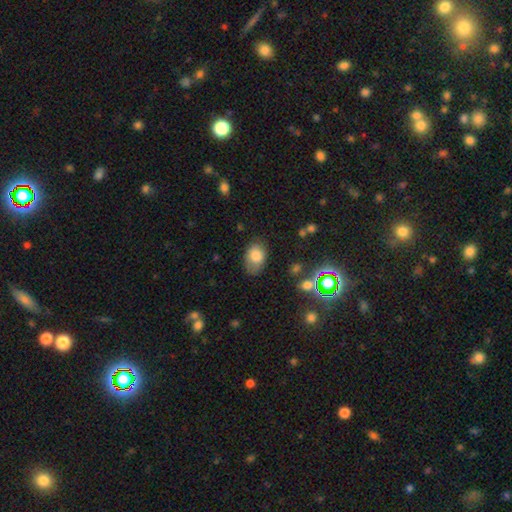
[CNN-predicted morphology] This appears to be a smooth galaxy with no disk features (79%) that is in between round and cigar-shaped (82%). Merging: none (63%).